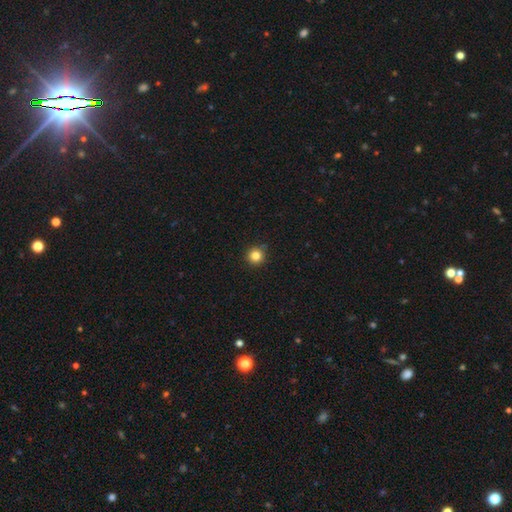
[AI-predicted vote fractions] This is clearly a smooth galaxy (83%). How rounded: clearly round (96%). Merging: clearly none (90%).